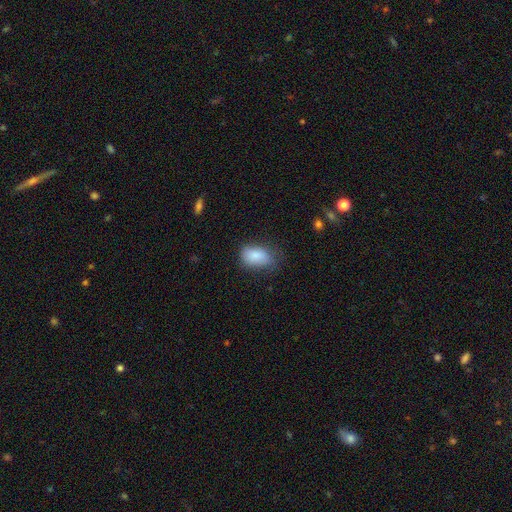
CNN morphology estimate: This is clearly a smooth galaxy (85%). How rounded: clearly in between (90%). Merging: possibly none (59%).